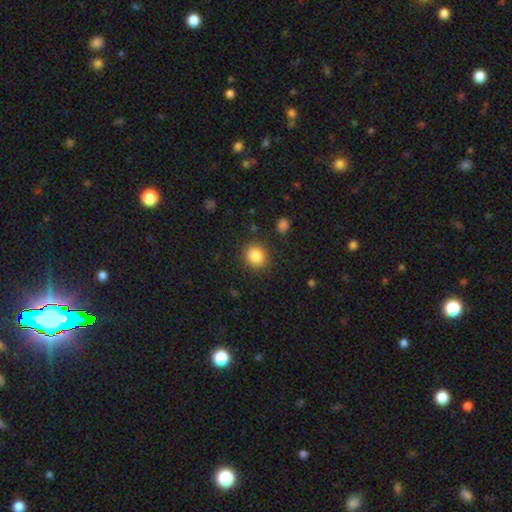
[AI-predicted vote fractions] This appears to be a smooth galaxy with no disk features (87%) that is round (76%). Merging: none (86%).